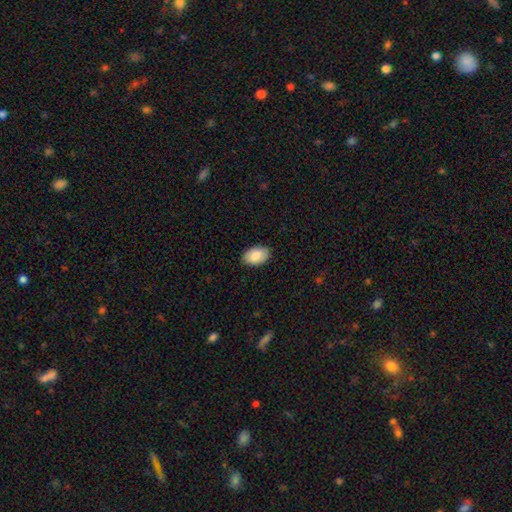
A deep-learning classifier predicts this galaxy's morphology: Smooth or featured?
  - smooth: 89% *
  - star or artifact: 6%
  - featured or disk: 5%
How rounded?
  - in between: 92% *
  - round: 7%
  - cigar-shaped: 1%
Merging?
  - none: 88% *
  - minor disturbance: 9%
  - major disturbance: 2%
  - merger: 1%